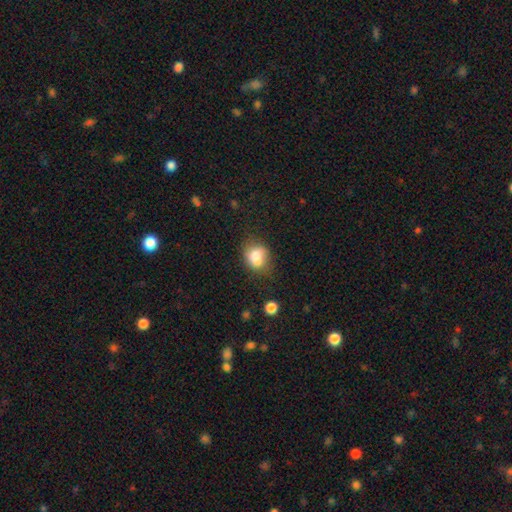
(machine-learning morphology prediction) Smooth or featured? Predicted: smooth (p=0.75). How rounded? Predicted: round (p=0.50). Merging? Predicted: none (p=0.47).